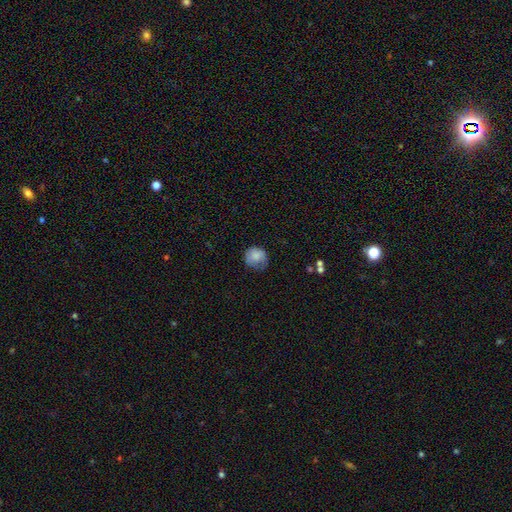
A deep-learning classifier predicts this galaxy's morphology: smooth-or-featured: smooth: 78% | featured or disk: 14% | star or artifact: 8%
  how-rounded: round: 83% | in between: 16% | cigar-shaped: 1%
  merging: none: 54% | minor disturbance: 32% | major disturbance: 12% | merger: 1%